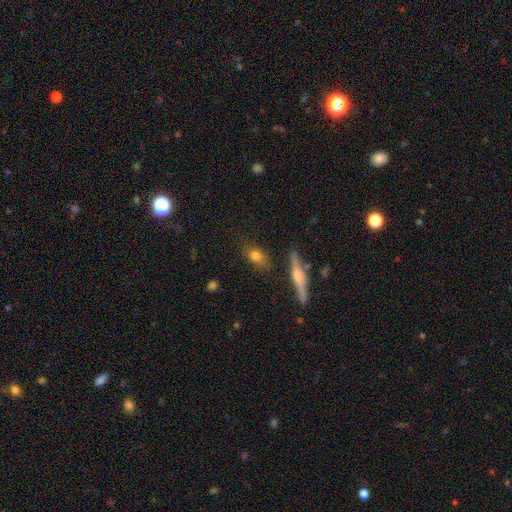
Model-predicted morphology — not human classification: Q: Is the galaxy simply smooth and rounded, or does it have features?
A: smooth — 71%.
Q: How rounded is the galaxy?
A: in between — 67%.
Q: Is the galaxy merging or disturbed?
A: none — 73%.